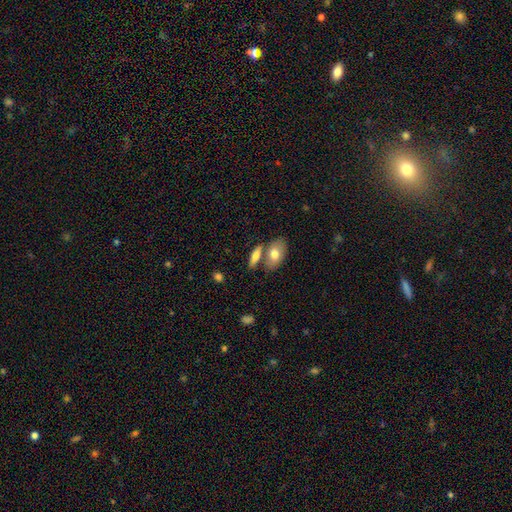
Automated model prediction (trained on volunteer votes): Smooth or featured?
  - smooth: 70% *
  - featured or disk: 24%
  - star or artifact: 6%
How rounded?
  - in between: 67% *
  - cigar-shaped: 28%
  - round: 5%
Merging?
  - none: 54% *
  - merger: 31%
  - minor disturbance: 11%
  - major disturbance: 4%